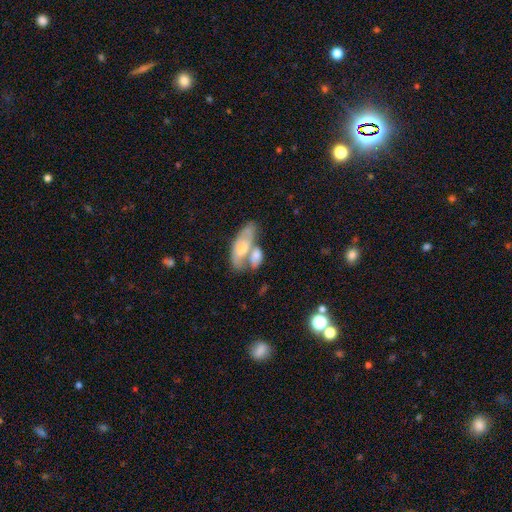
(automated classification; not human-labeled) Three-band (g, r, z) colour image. It shows a smooth galaxy with no disk features (58%) that is in between round and cigar-shaped (84%). Merging: merger (61%).